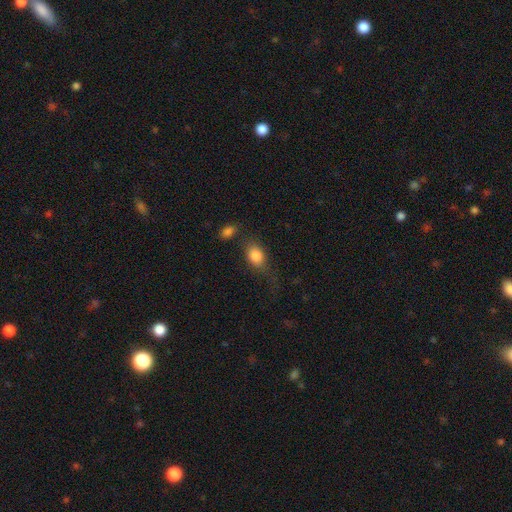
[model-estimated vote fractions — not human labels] smooth-or-featured: smooth: 83% | featured or disk: 9% | star or artifact: 8%
  how-rounded: in between: 73% | round: 24% | cigar-shaped: 3%
  merging: none: 50% | minor disturbance: 24% | major disturbance: 17% | merger: 10%